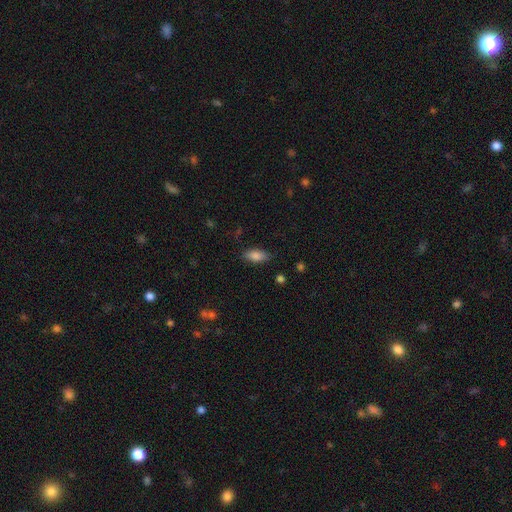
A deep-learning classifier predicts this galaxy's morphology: smooth-or-featured: smooth: 84% | featured or disk: 9% | star or artifact: 8%
  how-rounded: in between: 84% | cigar-shaped: 13% | round: 3%
  merging: none: 84% | minor disturbance: 12% | major disturbance: 3% | merger: 1%